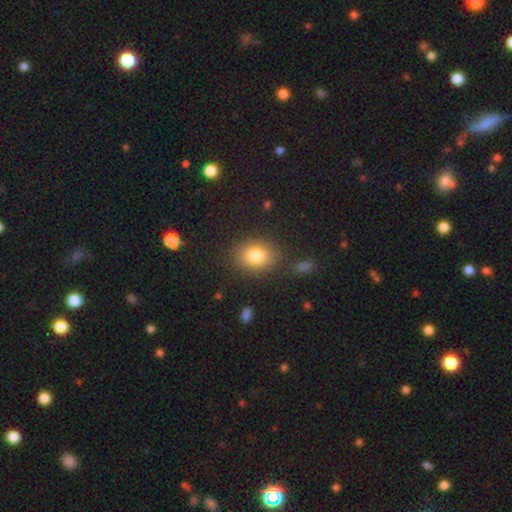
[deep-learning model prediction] Smooth or featured: smooth — 81% (star or artifact — 10%)
How rounded: in between — 55% (round — 43%)
Merging: none — 83% (minor disturbance — 11%)